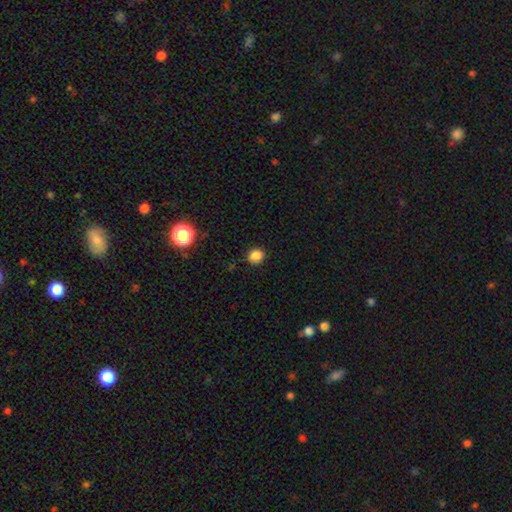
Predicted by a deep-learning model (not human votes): Smooth or featured? Predicted: smooth (p=0.85). How rounded? Predicted: round (p=0.85). Merging? Predicted: none (p=0.90).